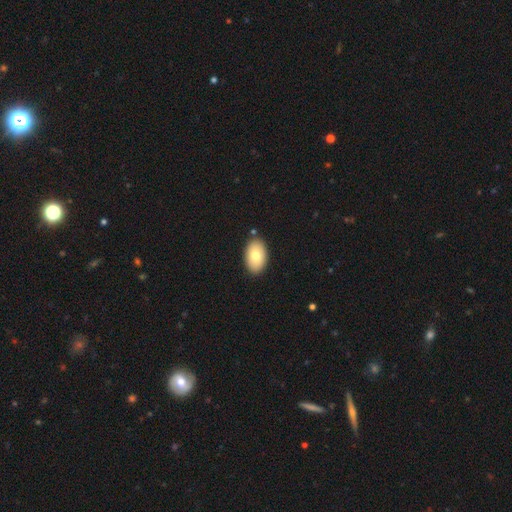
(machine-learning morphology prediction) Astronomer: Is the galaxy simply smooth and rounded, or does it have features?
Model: smooth — 77%.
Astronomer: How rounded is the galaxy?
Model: in between — 92%.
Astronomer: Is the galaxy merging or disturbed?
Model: none — 87%.